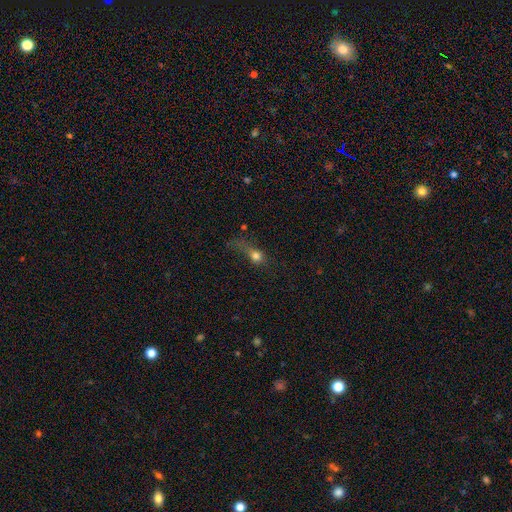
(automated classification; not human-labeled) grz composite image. It shows a smooth galaxy with no disk features (66%) that is round (52%). Merging: major disturbance (47%).